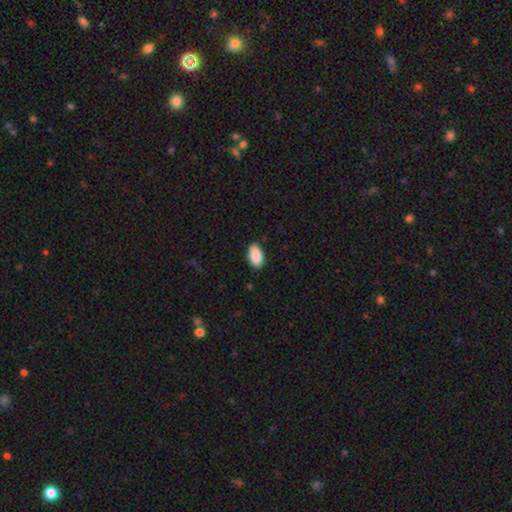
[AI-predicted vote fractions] The model was most divided on "merging": none: 87%, minor disturbance: 10%, major disturbance: 2%, merger: 1%. More confident: how rounded — in between (95%); smooth or featured — smooth (90%).